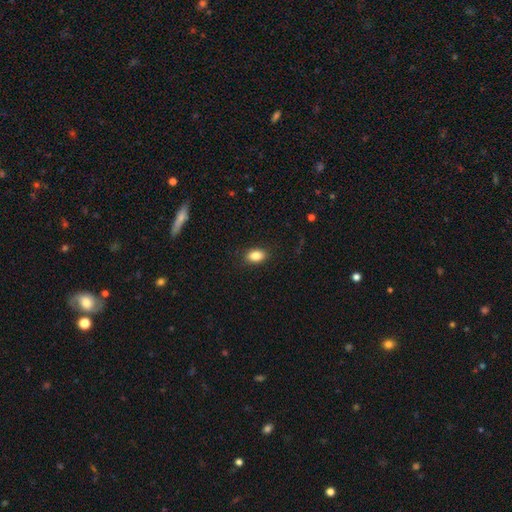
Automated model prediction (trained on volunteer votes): Smooth or featured? Predicted: smooth (p=0.86). How rounded? Predicted: in between (p=0.86). Merging? Predicted: none (p=0.88).